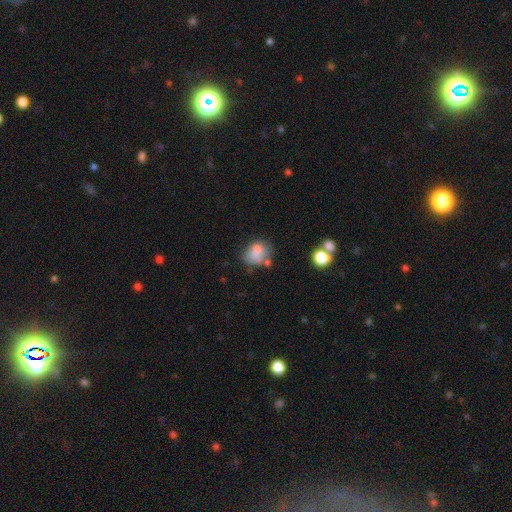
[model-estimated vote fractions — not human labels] Smooth or featured?
  - smooth: 73% *
  - featured or disk: 15%
  - star or artifact: 12%
How rounded?
  - round: 51% *
  - in between: 48%
  - cigar-shaped: 1%
Merging?
  - none: 43% *
  - minor disturbance: 26%
  - merger: 17%
  - major disturbance: 13%